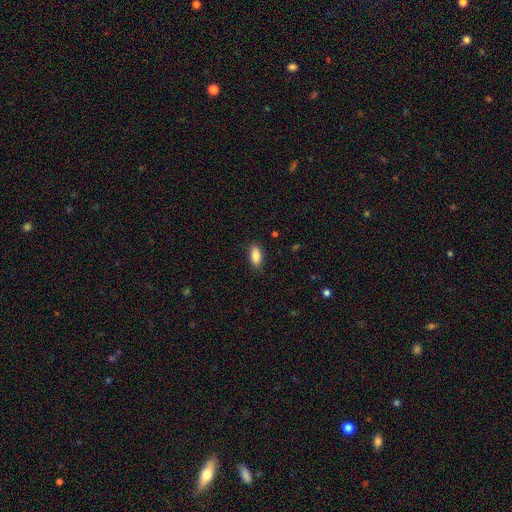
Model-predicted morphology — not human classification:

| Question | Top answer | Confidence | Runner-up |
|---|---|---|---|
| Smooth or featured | smooth | 87% | star or artifact (7%) |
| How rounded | in between | 86% | cigar-shaped (11%) |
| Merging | none | 86% | minor disturbance (11%) |